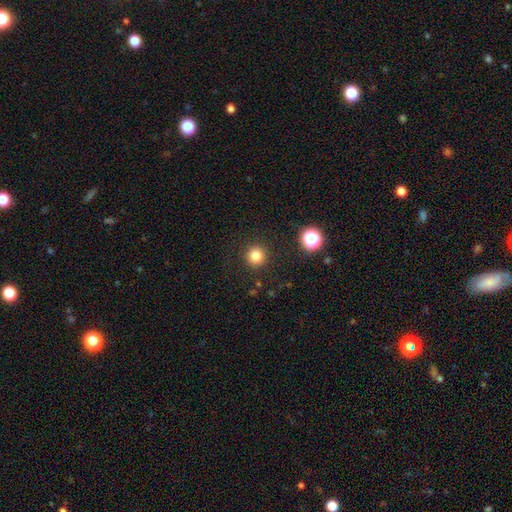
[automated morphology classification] Q: Smooth or featured?
A: smooth (81%); runner-up: star or artifact (14%)
Q: How rounded?
A: round (95%); runner-up: in between (4%)
Q: Merging?
A: none (91%); runner-up: minor disturbance (5%)